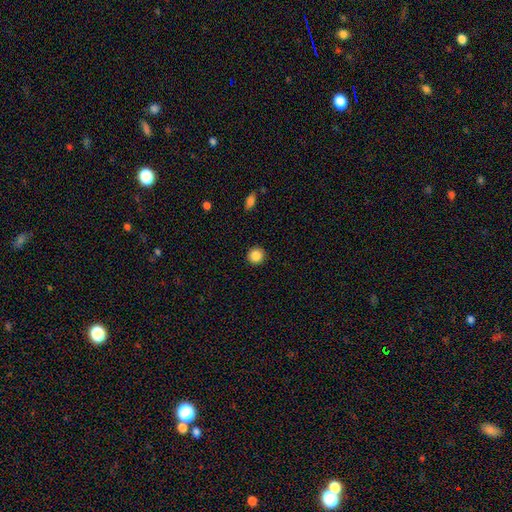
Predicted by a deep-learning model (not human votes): Smooth or featured? smooth (86%)
How rounded? round (93%)
Merging? none (92%)